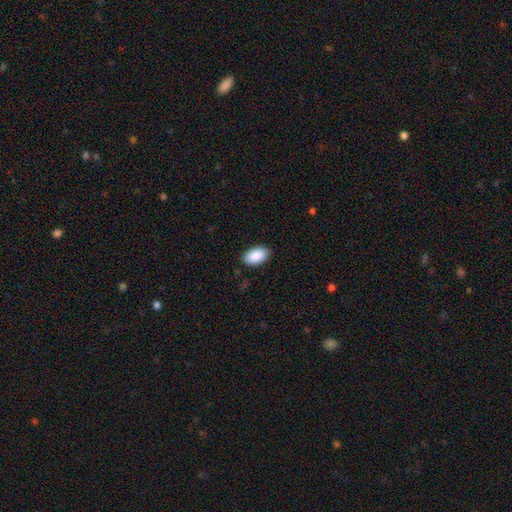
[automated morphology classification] Smooth or featured: smooth — 91% (star or artifact — 6%)
How rounded: in between — 95% (round — 4%)
Merging: none — 88% (minor disturbance — 9%)